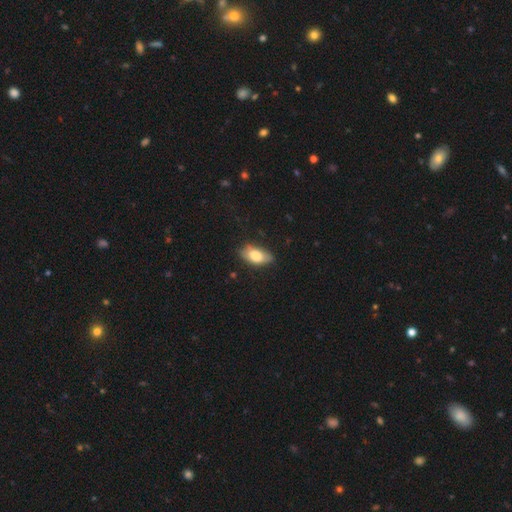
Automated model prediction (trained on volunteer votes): Smooth or featured? Predicted: smooth (p=0.78). How rounded? Predicted: in between (p=0.90). Merging? Predicted: none (p=0.65).